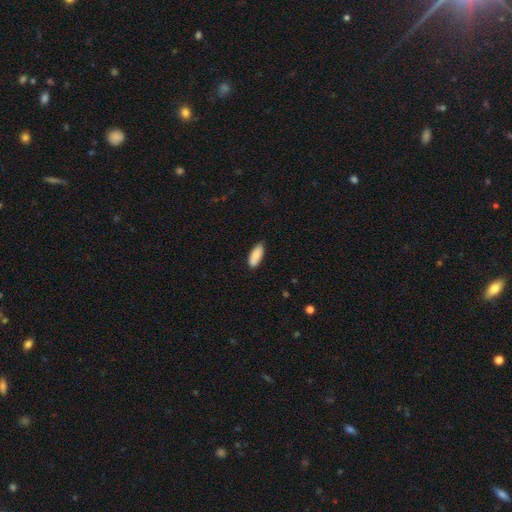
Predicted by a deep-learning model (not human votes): Q: Smooth or featured?
A: smooth (88%); runner-up: featured or disk (6%)
Q: How rounded?
A: in between (82%); runner-up: cigar-shaped (17%)
Q: Merging?
A: none (80%); runner-up: minor disturbance (16%)